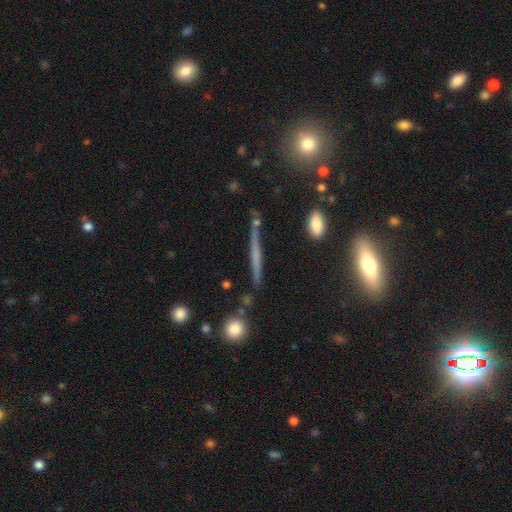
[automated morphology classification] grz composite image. It shows a featured or disk galaxy (56%) viewed edge-on (95%) with no central bulge (67%). Merging: none (84%).